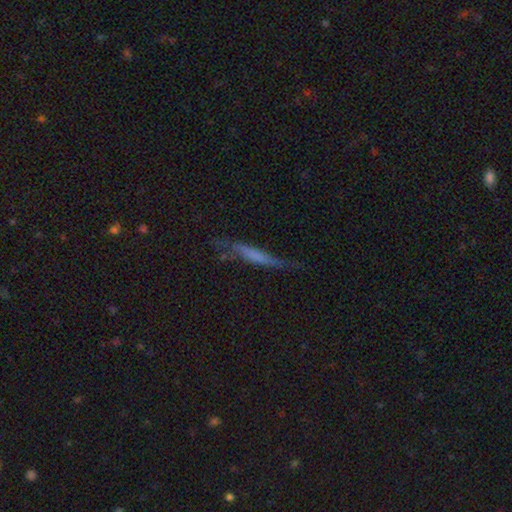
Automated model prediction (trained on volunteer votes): Smooth or featured?
  - smooth: 49% *
  - featured or disk: 42%
  - star or artifact: 8%
Merging?
  - none: 53% *
  - minor disturbance: 29%
  - major disturbance: 15%
  - merger: 4%